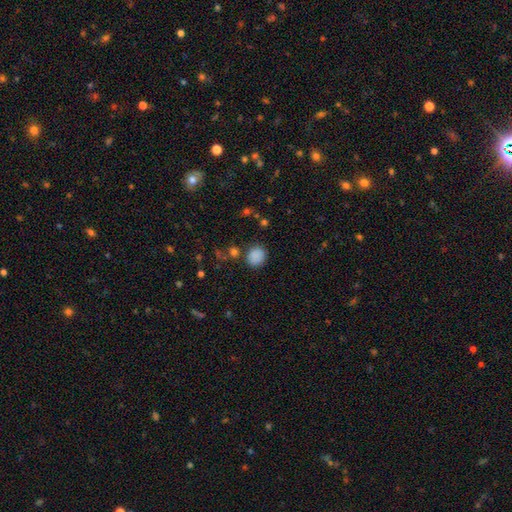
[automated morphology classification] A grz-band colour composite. It shows a smooth galaxy with no disk features (85%) that is round (77%). Merging: none (81%).